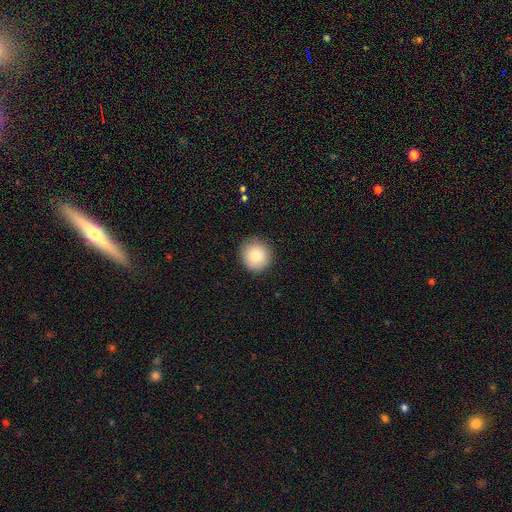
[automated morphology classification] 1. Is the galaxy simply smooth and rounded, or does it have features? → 84% smooth, 8% star or artifact, 8% featured or disk.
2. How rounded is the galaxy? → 92% round, 7% in between, 1% cigar-shaped.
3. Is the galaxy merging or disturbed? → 91% none, 7% minor disturbance, 2% major disturbance, 1% merger.